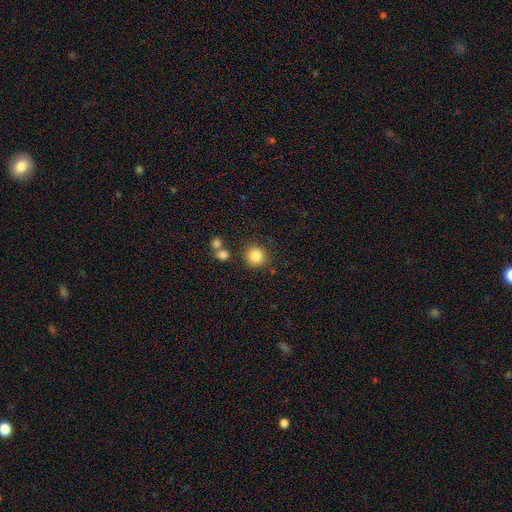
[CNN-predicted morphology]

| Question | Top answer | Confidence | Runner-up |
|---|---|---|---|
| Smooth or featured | smooth | 84% | star or artifact (10%) |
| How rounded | round | 90% | in between (9%) |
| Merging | none | 81% | minor disturbance (9%) |